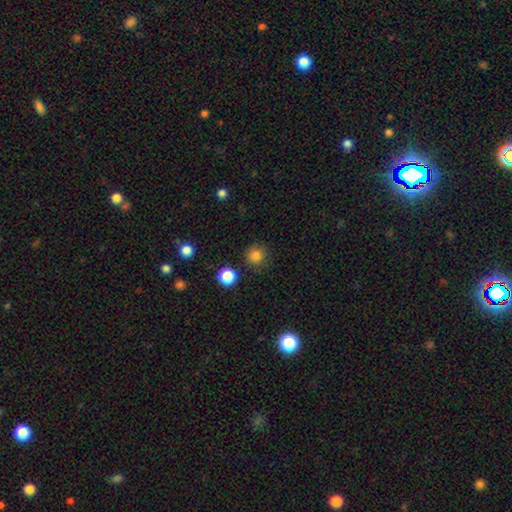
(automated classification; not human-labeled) Q: Smooth or featured?
A: smooth (82%); runner-up: star or artifact (13%)
Q: How rounded?
A: round (94%); runner-up: in between (5%)
Q: Merging?
A: none (86%); runner-up: minor disturbance (9%)